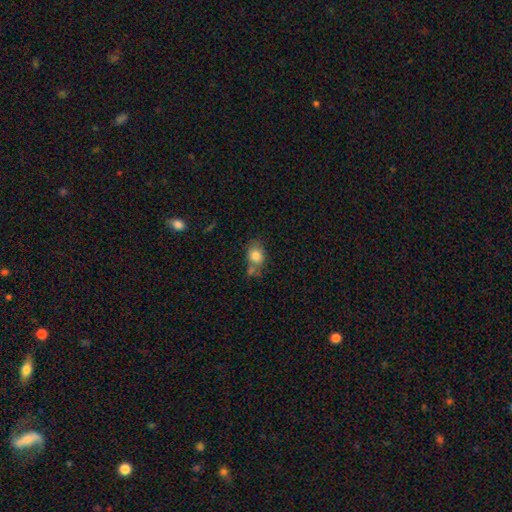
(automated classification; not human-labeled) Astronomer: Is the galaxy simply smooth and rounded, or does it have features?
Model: smooth — 81%.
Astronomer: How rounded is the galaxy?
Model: in between — 55% (runner-up: round, 44%).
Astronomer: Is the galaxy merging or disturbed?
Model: none — 50%.